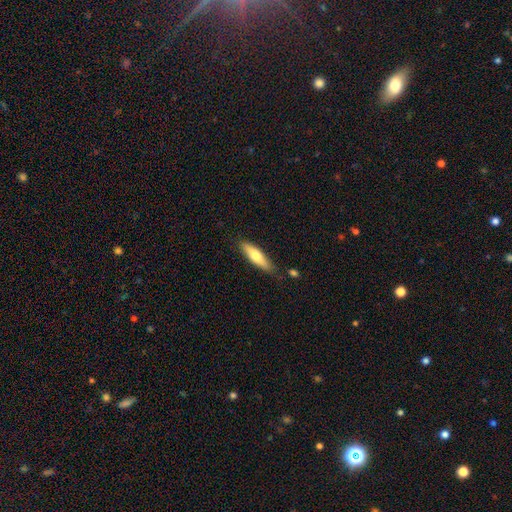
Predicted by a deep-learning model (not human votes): smooth-or-featured: smooth: 67% | featured or disk: 27% | star or artifact: 6%
  how-rounded: cigar-shaped: 65% | in between: 33% | round: 2%
  merging: none: 80% | minor disturbance: 14% | merger: 3% | major disturbance: 3%